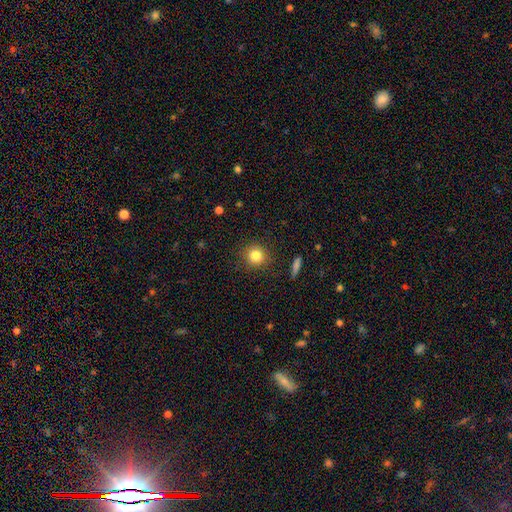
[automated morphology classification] This is clearly a smooth galaxy (82%). How rounded: clearly round (91%). Merging: clearly none (89%).